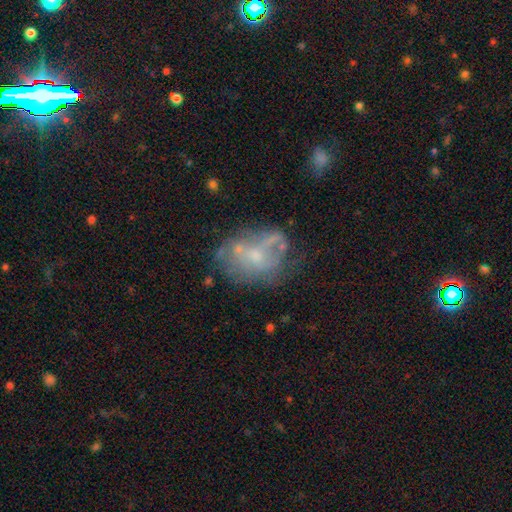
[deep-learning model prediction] featured or disk 56%, smooth 32%, star or artifact 12%. Down the decision tree: edge-on disk — no (97%); bar — no (79%); spiral arms — no (77%); bulge size — small (48%); merging — none (37%).